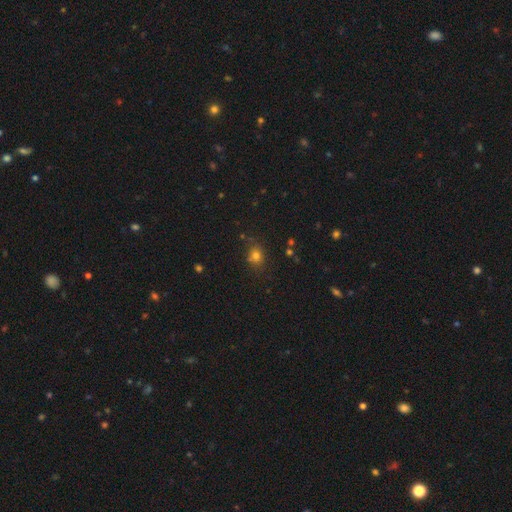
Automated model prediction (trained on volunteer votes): This is likely a smooth galaxy (74%). How rounded: likely round (64%). Merging: likely none (71%).